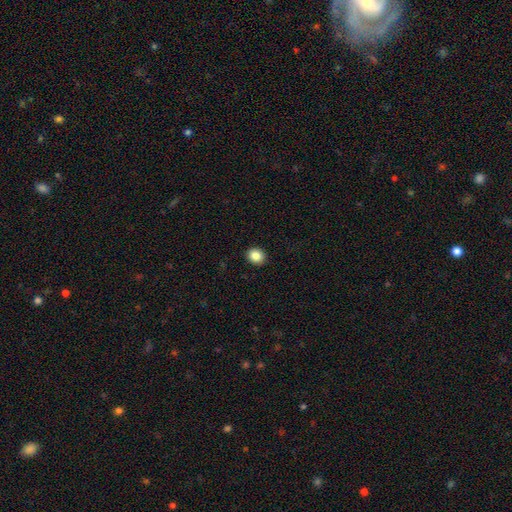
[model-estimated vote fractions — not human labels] Smooth or featured: smooth — 86% (star or artifact — 9%)
How rounded: round — 66% (in between — 33%)
Merging: none — 92% (minor disturbance — 6%)